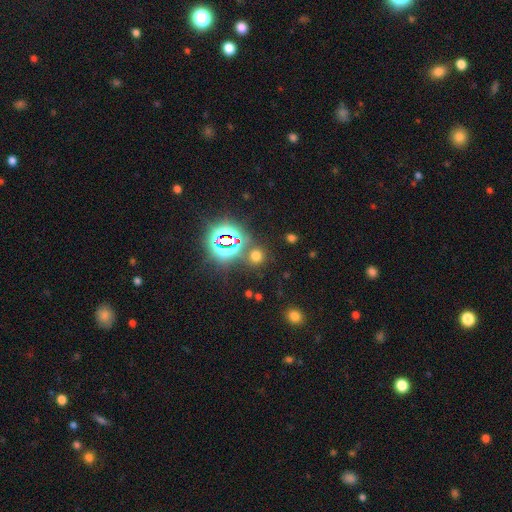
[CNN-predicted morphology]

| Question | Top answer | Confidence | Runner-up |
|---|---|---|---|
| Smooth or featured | smooth | 54% | star or artifact (39%) |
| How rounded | round | 82% | in between (16%) |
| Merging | none | 78% | merger (9%) |